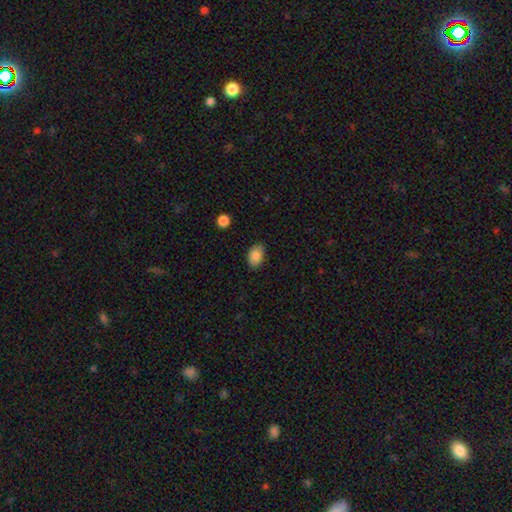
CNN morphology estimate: Smooth or featured? Predicted: smooth (p=0.86). How rounded? Predicted: in between (p=0.87). Merging? Predicted: none (p=0.85).